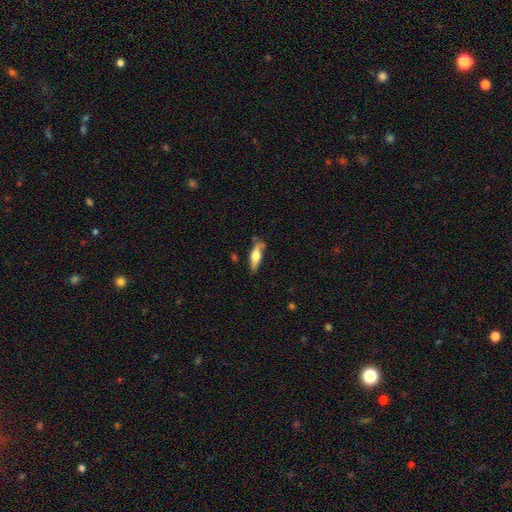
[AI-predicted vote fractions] smooth-or-featured: smooth: 53% | featured or disk: 41% | star or artifact: 6%
  how-rounded: cigar-shaped: 58% | in between: 40% | round: 2%
  merging: none: 67% | minor disturbance: 23% | major disturbance: 6% | merger: 5%